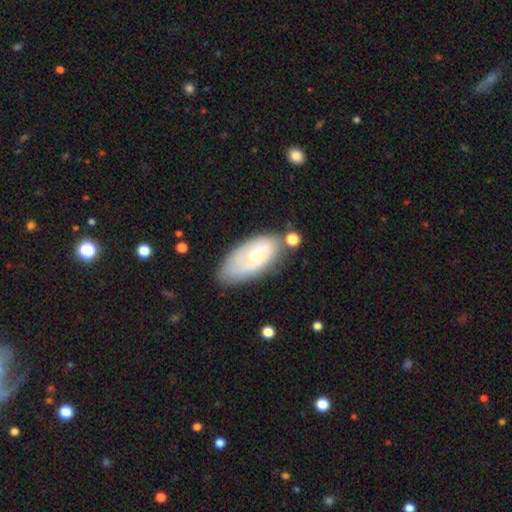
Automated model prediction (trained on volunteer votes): featured or disk 52%, smooth 41%, star or artifact 7%. Down the decision tree: edge-on disk — no (87%); merging — none (61%).